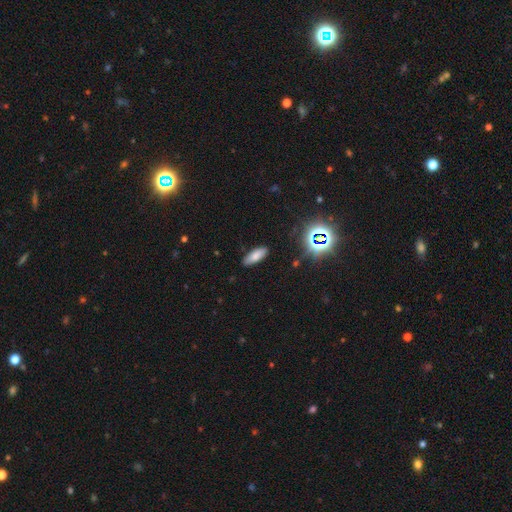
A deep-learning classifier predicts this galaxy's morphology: Smooth or featured? Predicted: smooth (p=0.76). How rounded? Predicted: in between (p=0.73). Merging? Predicted: none (p=0.85).